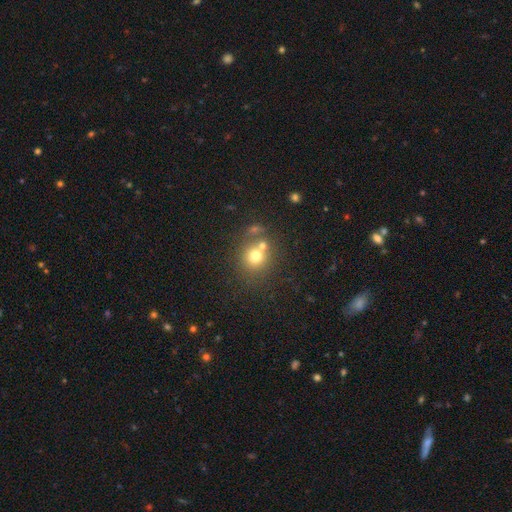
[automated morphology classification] The model was most divided on "merging": none: 60%, merger: 26%, minor disturbance: 10%, major disturbance: 4%. More confident: how rounded — round (85%); smooth or featured — smooth (70%).